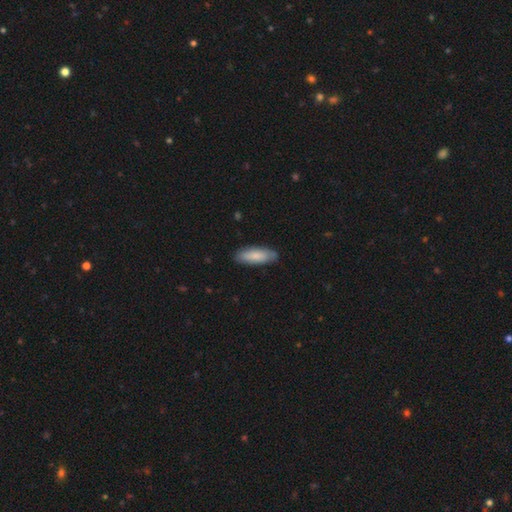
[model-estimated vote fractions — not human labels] This appears to be a smooth galaxy with no disk features (81%) that is in between round and cigar-shaped (60%). Merging: none (83%).